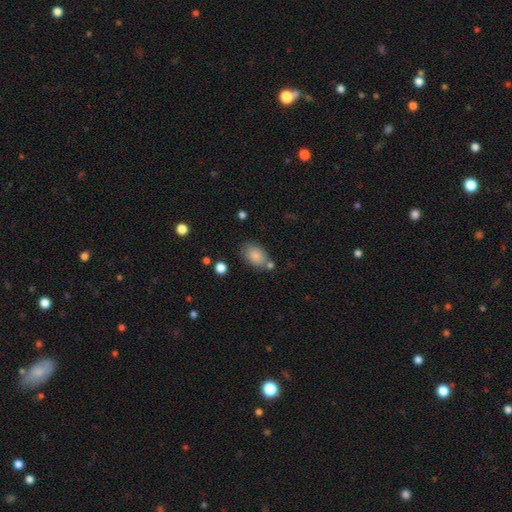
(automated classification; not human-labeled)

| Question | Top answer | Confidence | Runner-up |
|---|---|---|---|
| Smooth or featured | smooth | 85% | star or artifact (8%) |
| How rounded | in between | 88% | round (10%) |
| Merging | none | 69% | minor disturbance (17%) |